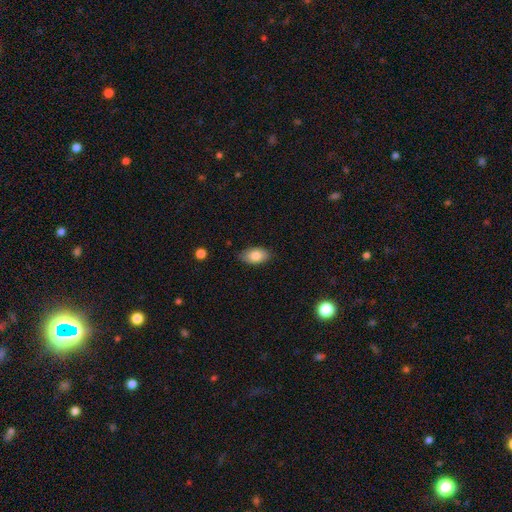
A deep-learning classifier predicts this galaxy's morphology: The model was most divided on "merging": none: 83%, minor disturbance: 14%, major disturbance: 2%, merger: 1%. More confident: how rounded — in between (92%); smooth or featured — smooth (82%).